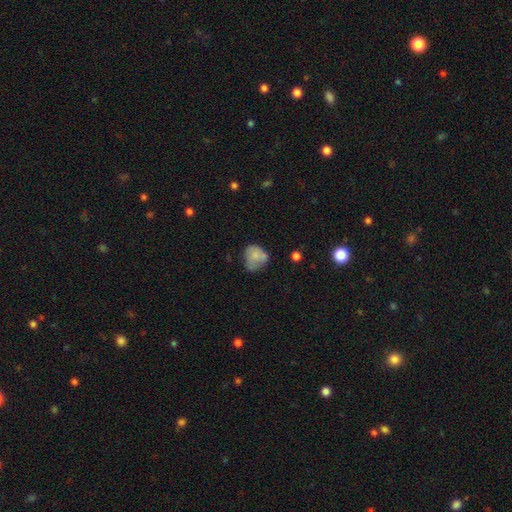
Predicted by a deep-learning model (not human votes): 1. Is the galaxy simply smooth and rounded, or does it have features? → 71% smooth, 19% featured or disk, 10% star or artifact.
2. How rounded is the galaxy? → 62% round, 37% in between, 1% cigar-shaped.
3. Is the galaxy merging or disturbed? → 40% none, 33% minor disturbance, 17% major disturbance, 10% merger.